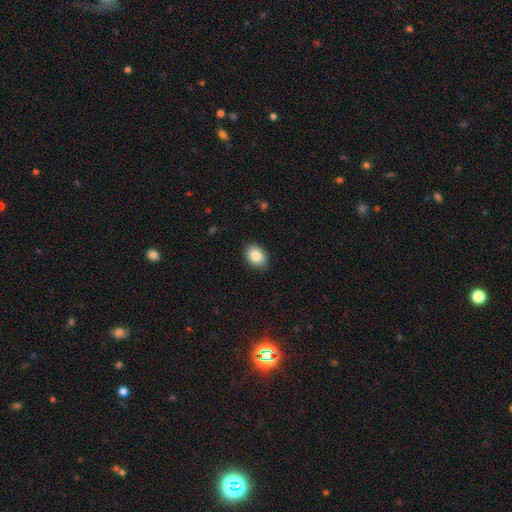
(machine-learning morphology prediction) Q: Smooth or featured?
A: smooth (86%); runner-up: star or artifact (8%)
Q: How rounded?
A: in between (74%); runner-up: round (25%)
Q: Merging?
A: none (89%); runner-up: minor disturbance (9%)